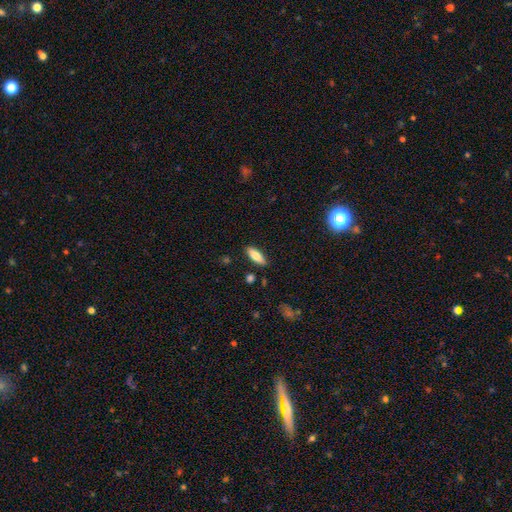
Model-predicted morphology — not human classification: smooth-or-featured: smooth: 77% | featured or disk: 16% | star or artifact: 7%
  how-rounded: in between: 64% | cigar-shaped: 34% | round: 2%
  merging: none: 86% | minor disturbance: 10% | major disturbance: 2% | merger: 2%